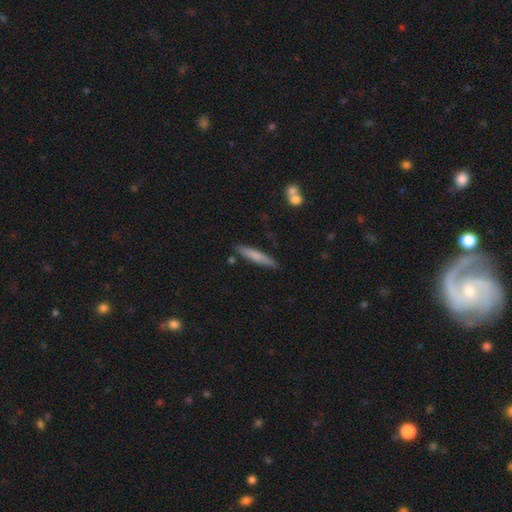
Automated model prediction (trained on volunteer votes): This appears to be a smooth galaxy with no disk features (71%) that is cigar-shaped (92%). Merging: none (86%).